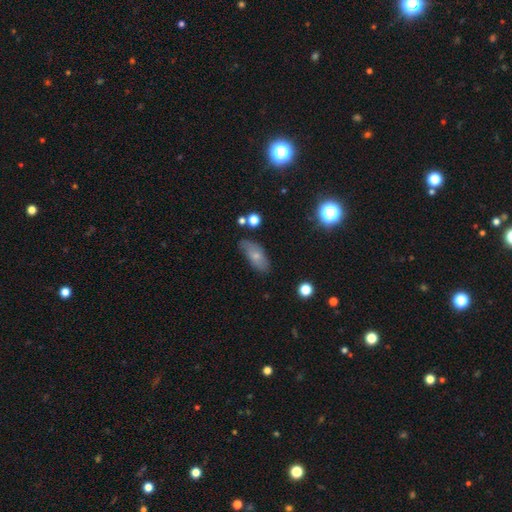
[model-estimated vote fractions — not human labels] smooth 70%, featured or disk 21%, star or artifact 9%. Down the decision tree: how rounded — in between (84%); merging — none (67%).